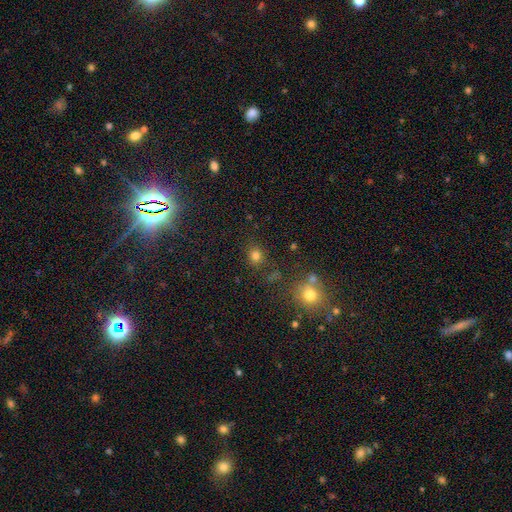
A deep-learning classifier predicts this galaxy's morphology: Overall: smooth (77%). How rounded: round (77%). Merging: none (80%).